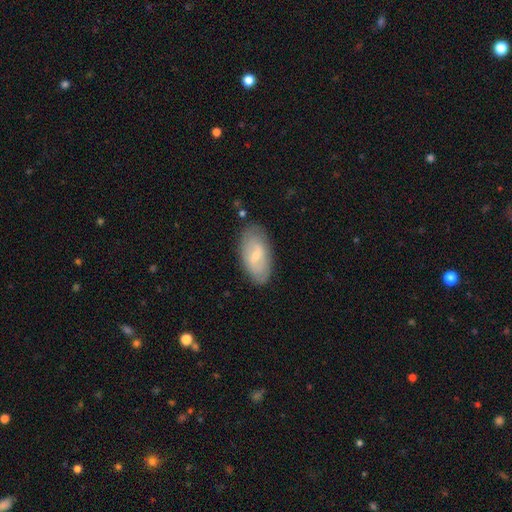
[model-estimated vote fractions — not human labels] Smooth or featured? Predicted: featured or disk (p=0.49). Merging? Predicted: none (p=0.79).